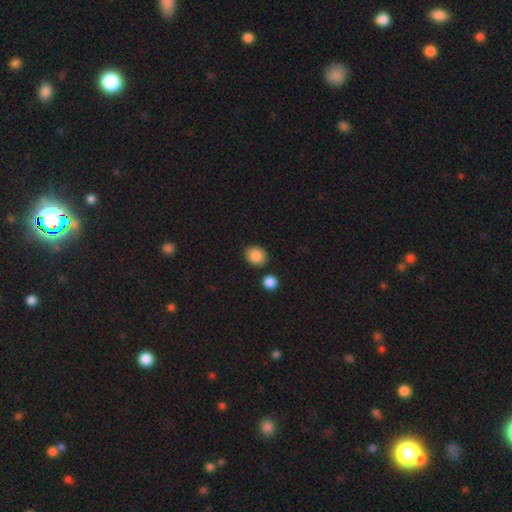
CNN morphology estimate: This is clearly a smooth galaxy (87%). How rounded: possibly round (55%). Merging: clearly none (81%).